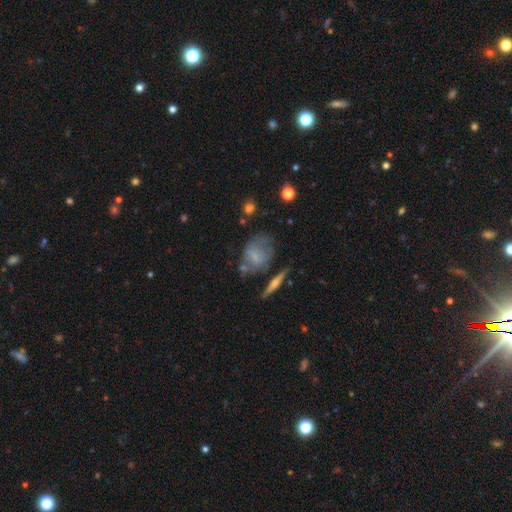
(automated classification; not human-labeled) A smooth galaxy with no disk features (50%). Merging: none (43%).